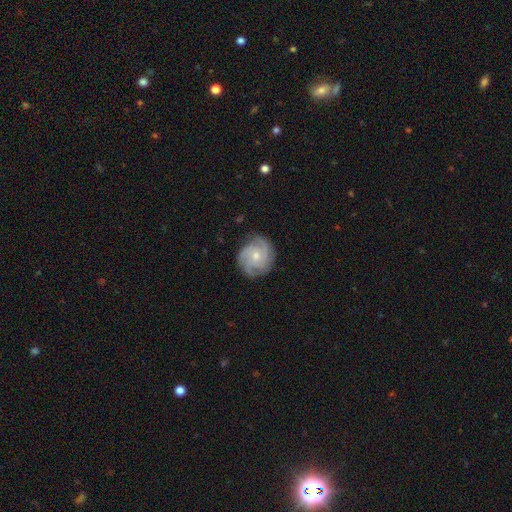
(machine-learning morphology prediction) featured or disk 78%, smooth 16%, star or artifact 6%. Down the decision tree: edge-on disk — no (98%); bar — no (74%); spiral arms — yes (96%); spiral arm count — 3 (35%); spiral winding — tight (62%); bulge size — small (50%); merging — none (78%).